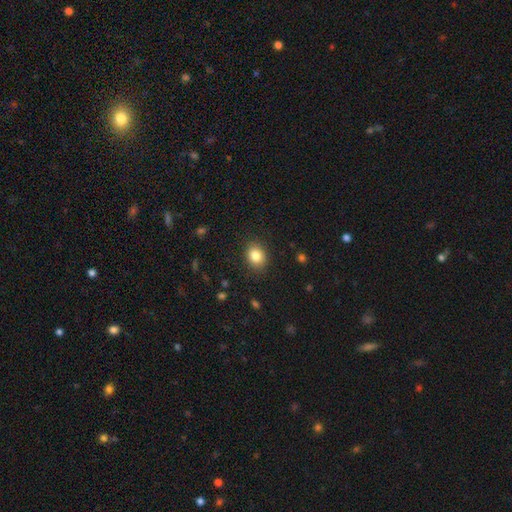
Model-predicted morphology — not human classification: smooth-or-featured: smooth: 84% | star or artifact: 9% | featured or disk: 7%
  how-rounded: in between: 52% | round: 47% | cigar-shaped: 1%
  merging: none: 87% | minor disturbance: 9% | major disturbance: 3% | merger: 1%